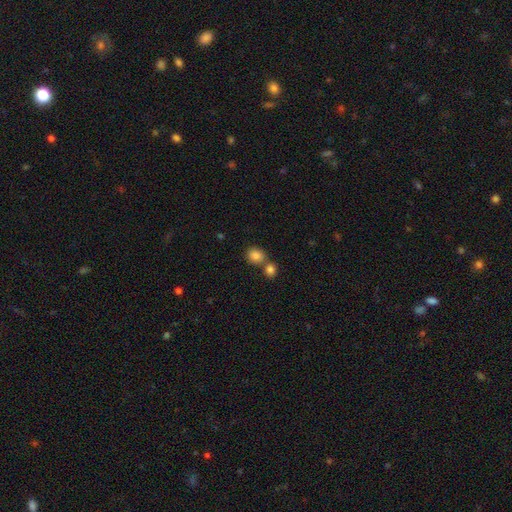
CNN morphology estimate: smooth-or-featured: smooth: 84% | star or artifact: 10% | featured or disk: 6%
  how-rounded: round: 70% | in between: 29% | cigar-shaped: 1%
  merging: none: 52% | merger: 37% | minor disturbance: 8% | major disturbance: 3%